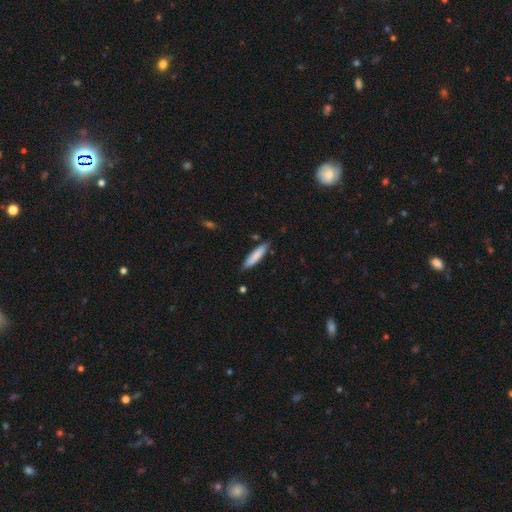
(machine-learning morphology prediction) Overall: smooth (81%). How rounded: cigar-shaped (84%). Merging: none (83%).